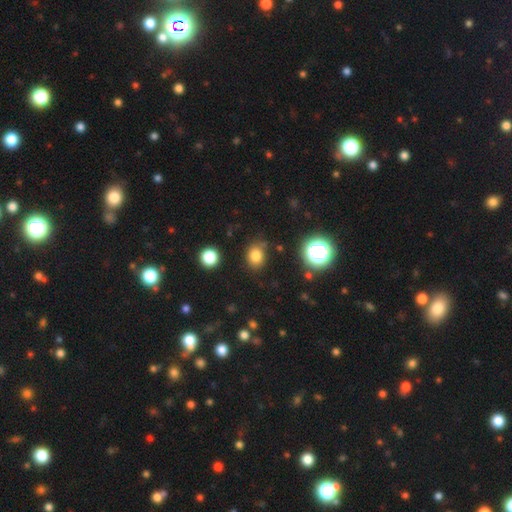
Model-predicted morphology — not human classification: Smooth or featured: smooth — 79% (star or artifact — 14%)
How rounded: round — 56% (in between — 43%)
Merging: none — 75% (minor disturbance — 17%)